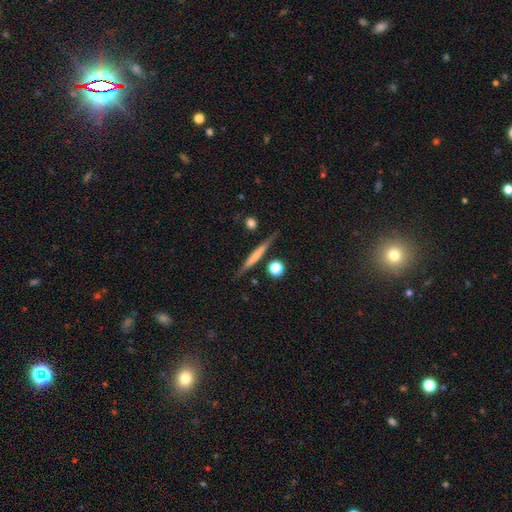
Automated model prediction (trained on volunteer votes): Q: Smooth or featured?
A: smooth (50%); runner-up: featured or disk (43%)
Q: How rounded?
A: cigar-shaped (93%); runner-up: in between (4%)
Q: Merging?
A: none (82%); runner-up: minor disturbance (11%)